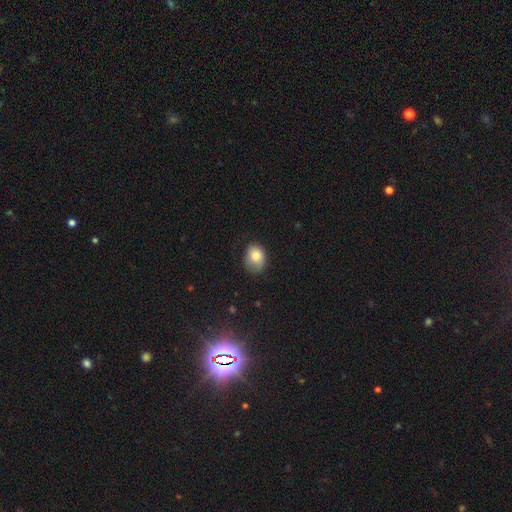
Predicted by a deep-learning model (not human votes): Smooth or featured?
  - smooth: 81% *
  - featured or disk: 10%
  - star or artifact: 8%
How rounded?
  - in between: 61% *
  - round: 38%
  - cigar-shaped: 1%
Merging?
  - none: 53% *
  - minor disturbance: 35%
  - major disturbance: 10%
  - merger: 2%